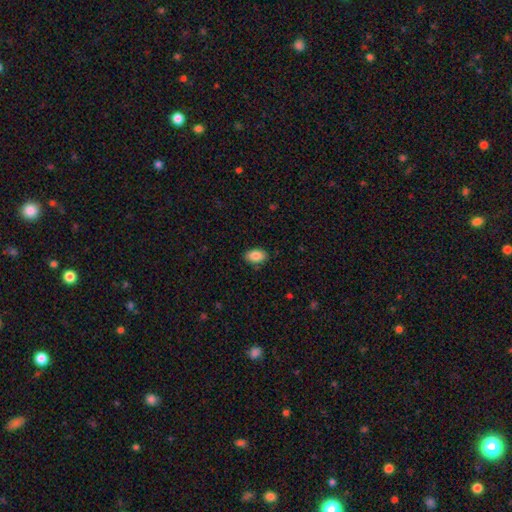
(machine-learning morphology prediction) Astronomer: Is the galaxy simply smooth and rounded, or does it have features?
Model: smooth — 87%.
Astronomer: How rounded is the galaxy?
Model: in between — 90%.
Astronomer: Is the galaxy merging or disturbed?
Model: none — 87%.